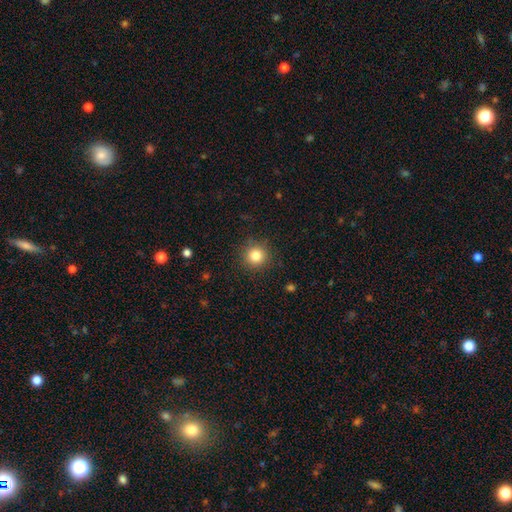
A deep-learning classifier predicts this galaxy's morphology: Q: Smooth or featured?
A: smooth (83%); runner-up: star or artifact (12%)
Q: How rounded?
A: round (94%); runner-up: in between (5%)
Q: Merging?
A: none (89%); runner-up: minor disturbance (7%)